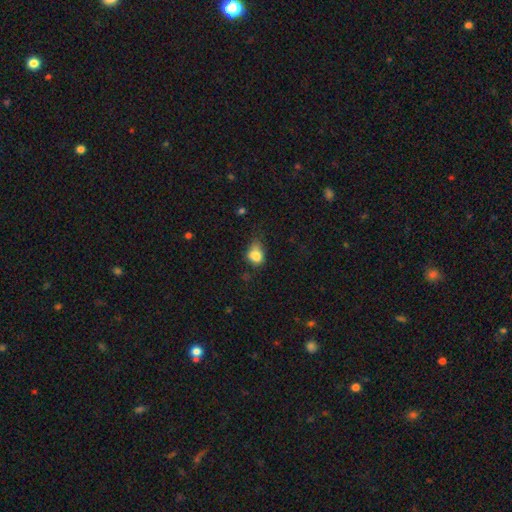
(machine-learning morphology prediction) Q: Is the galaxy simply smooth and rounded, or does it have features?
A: smooth — 81%.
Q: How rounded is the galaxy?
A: in between — 57%.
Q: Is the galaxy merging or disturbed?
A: minor disturbance — 40%.